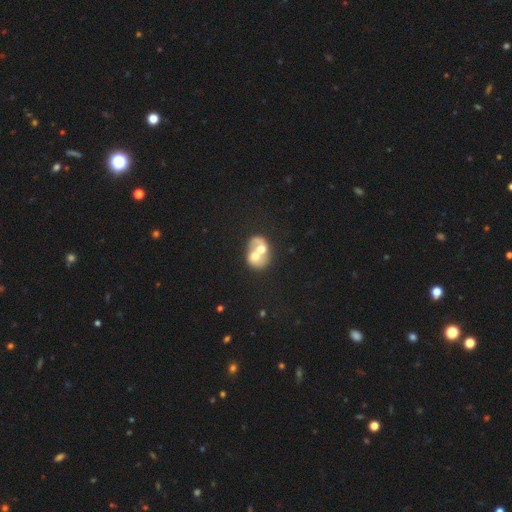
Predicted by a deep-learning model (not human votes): The model was most divided on "smooth or featured": featured or disk: 48%, smooth: 44%, star or artifact: 8%. More confident: merging — merger (78%).